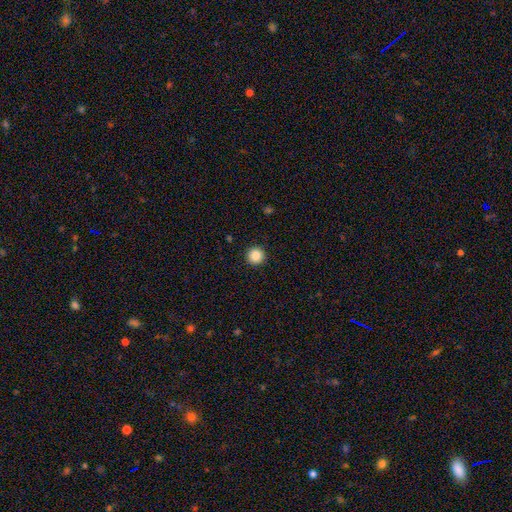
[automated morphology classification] Q: Smooth or featured?
A: smooth (87%); runner-up: star or artifact (10%)
Q: How rounded?
A: round (96%); runner-up: in between (3%)
Q: Merging?
A: none (93%); runner-up: minor disturbance (4%)